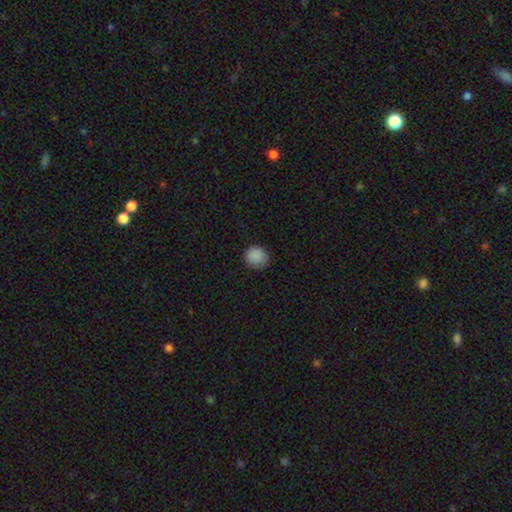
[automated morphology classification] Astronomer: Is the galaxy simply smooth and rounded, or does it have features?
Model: smooth — 88%.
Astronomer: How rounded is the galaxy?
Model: round — 91%.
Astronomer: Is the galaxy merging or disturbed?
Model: none — 86%.